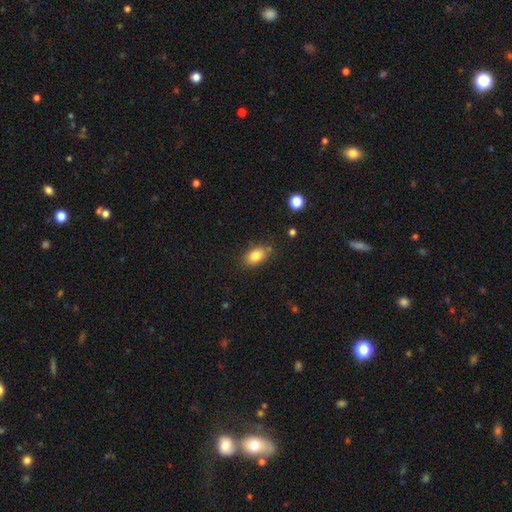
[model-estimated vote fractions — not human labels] Smooth or featured?
  - smooth: 82% *
  - star or artifact: 9%
  - featured or disk: 9%
How rounded?
  - in between: 85% *
  - round: 13%
  - cigar-shaped: 2%
Merging?
  - none: 78% *
  - minor disturbance: 16%
  - major disturbance: 3%
  - merger: 3%